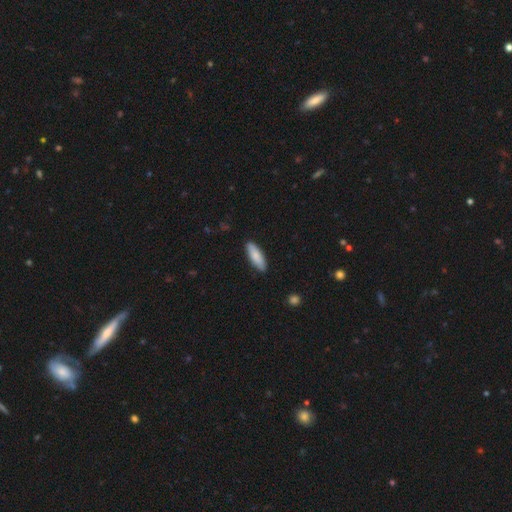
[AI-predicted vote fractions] smooth 84%, featured or disk 11%, star or artifact 5%. Down the decision tree: how rounded — in between (55%); merging — none (89%).